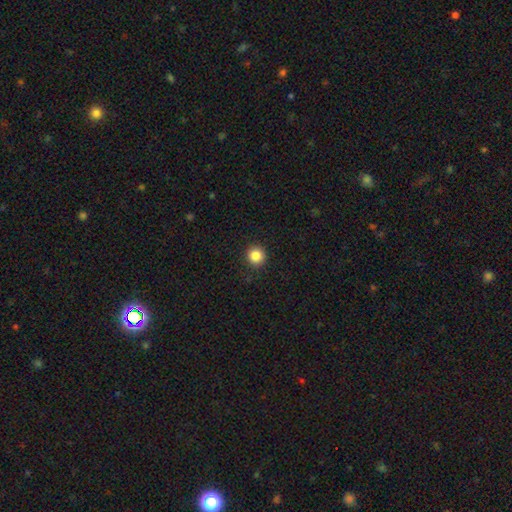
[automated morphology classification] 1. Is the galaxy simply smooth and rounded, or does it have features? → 86% smooth, 11% star or artifact, 4% featured or disk.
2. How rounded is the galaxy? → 95% round, 4% in between, 1% cigar-shaped.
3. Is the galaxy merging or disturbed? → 92% none, 5% minor disturbance, 2% major disturbance, 1% merger.